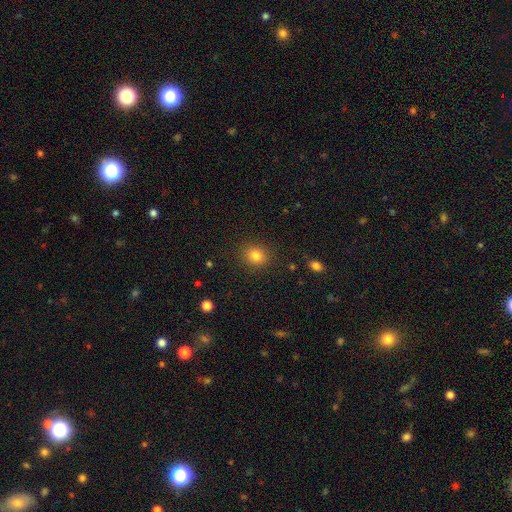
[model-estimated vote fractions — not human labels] Smooth or featured? Predicted: smooth (p=0.82). How rounded? Predicted: round (p=0.72). Merging? Predicted: none (p=0.89).